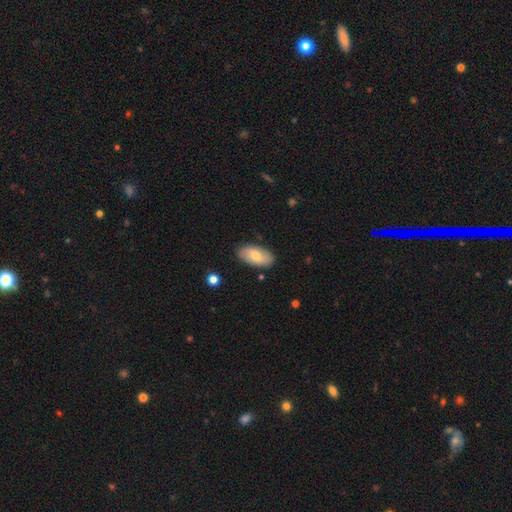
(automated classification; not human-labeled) Smooth or featured: smooth — 69% (featured or disk — 25%)
How rounded: in between — 93% (cigar-shaped — 4%)
Merging: none — 86% (minor disturbance — 10%)